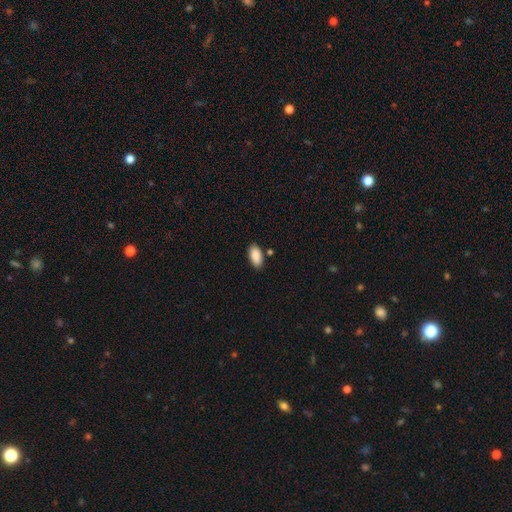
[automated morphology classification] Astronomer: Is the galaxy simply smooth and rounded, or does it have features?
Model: smooth — 90%.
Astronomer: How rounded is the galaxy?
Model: in between — 93%.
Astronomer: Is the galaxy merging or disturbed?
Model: none — 85%.